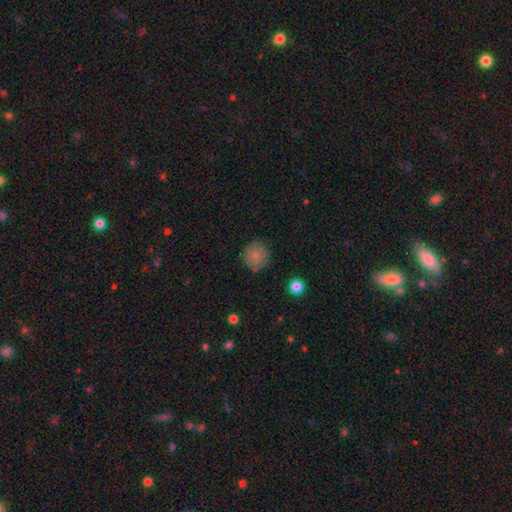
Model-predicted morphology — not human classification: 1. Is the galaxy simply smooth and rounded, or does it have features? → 80% smooth, 11% featured or disk, 9% star or artifact.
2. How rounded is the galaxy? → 90% round, 9% in between, 1% cigar-shaped.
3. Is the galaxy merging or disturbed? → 81% none, 14% minor disturbance, 3% major disturbance, 1% merger.